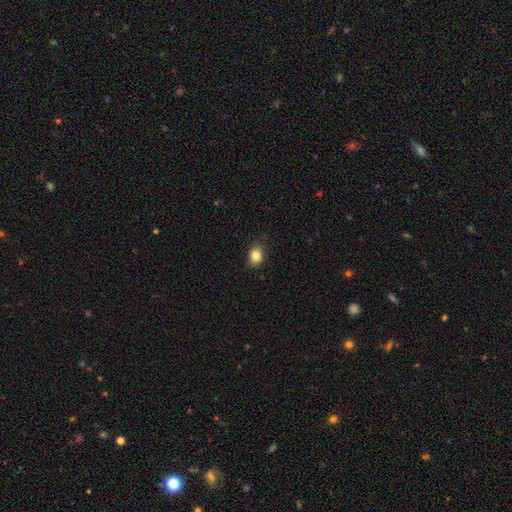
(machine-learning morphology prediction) smooth-or-featured: smooth: 84% | star or artifact: 10% | featured or disk: 7%
  how-rounded: in between: 58% | round: 41% | cigar-shaped: 1%
  merging: none: 81% | minor disturbance: 15% | major disturbance: 3% | merger: 1%